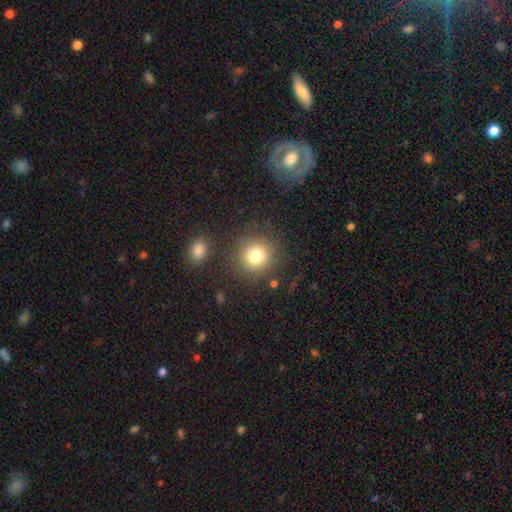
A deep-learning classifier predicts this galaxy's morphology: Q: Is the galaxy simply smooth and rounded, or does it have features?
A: smooth — 80%.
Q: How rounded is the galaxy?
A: round — 90%.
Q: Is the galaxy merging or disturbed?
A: none — 84%.